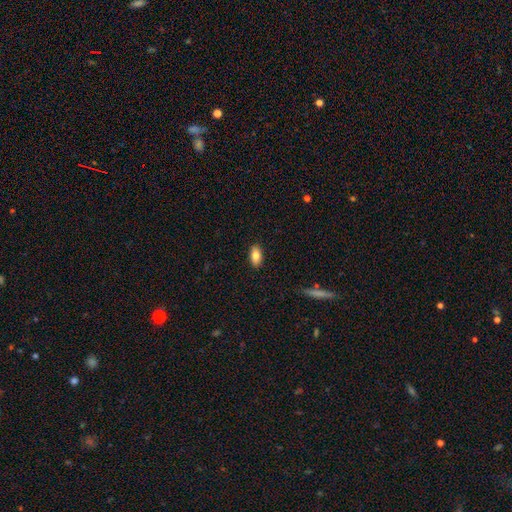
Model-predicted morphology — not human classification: smooth-or-featured: smooth: 82% | featured or disk: 11% | star or artifact: 7%
  how-rounded: in between: 89% | cigar-shaped: 7% | round: 4%
  merging: none: 89% | minor disturbance: 8% | major disturbance: 2% | merger: 1%